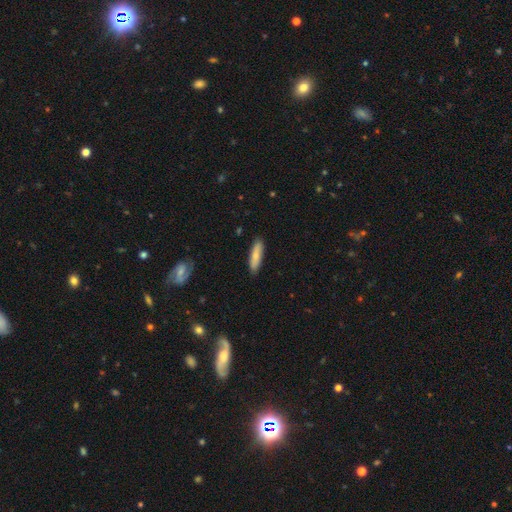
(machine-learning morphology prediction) Smooth or featured? Predicted: smooth (p=0.73). How rounded? Predicted: cigar-shaped (p=0.68). Merging? Predicted: none (p=0.88).